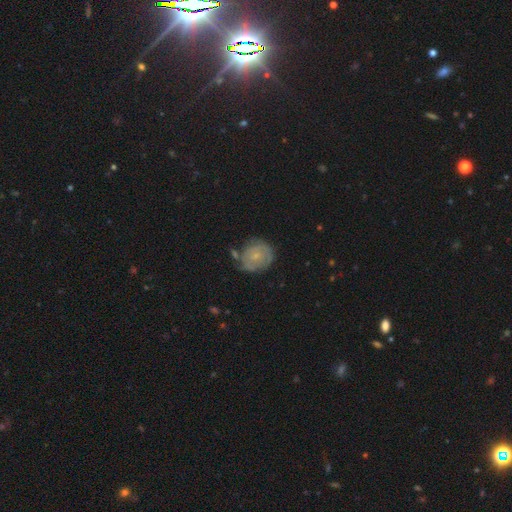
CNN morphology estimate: Smooth or featured? featured or disk (51%)
Edge-on disk? no (97%)
Merging? none (61%)